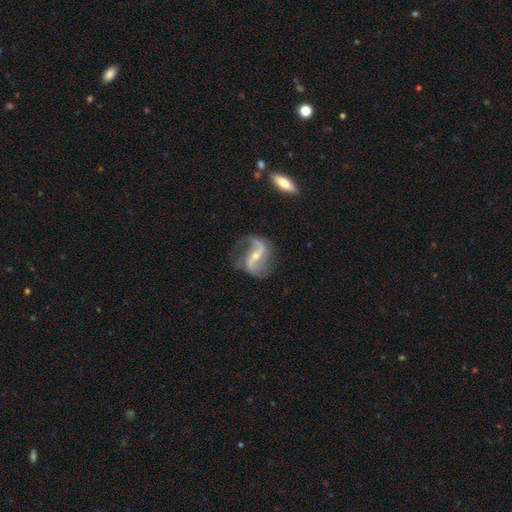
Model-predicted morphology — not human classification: This is clearly a featured or disk galaxy (89%). It is clearly not viewed edge-on (96%). Bar: possibly strong (54%). Spiral arm pattern: clearly yes (95%). Spiral arm count: clearly 2 (86%). Spiral winding: likely loose (65%). Central bulge: possibly small (53%). Merging: likely none (65%).